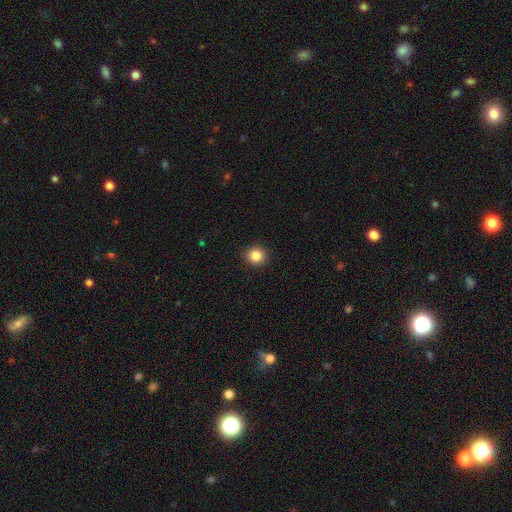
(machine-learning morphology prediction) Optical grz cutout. It shows a smooth galaxy with no disk features (85%) that is round (93%). Merging: none (92%).